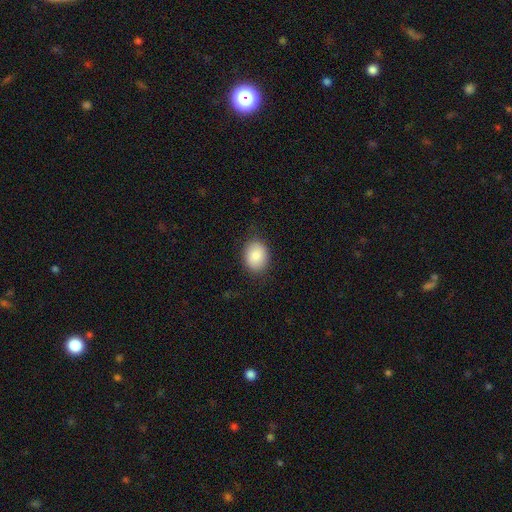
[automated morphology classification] smooth 87%, star or artifact 7%, featured or disk 6%. Down the decision tree: how rounded — in between (58%); merging — none (83%).